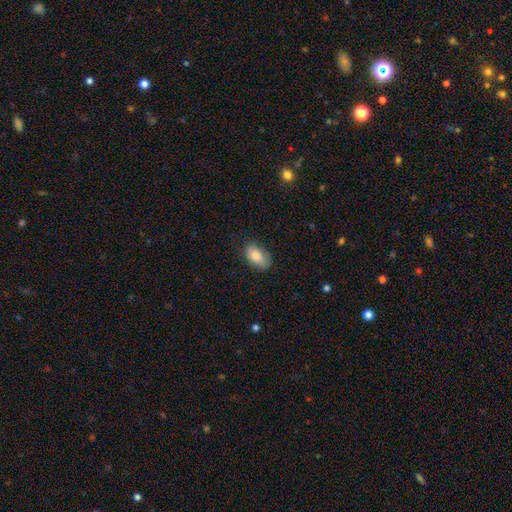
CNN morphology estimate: Smooth or featured?
  - smooth: 82% *
  - featured or disk: 11%
  - star or artifact: 7%
How rounded?
  - in between: 92% *
  - round: 6%
  - cigar-shaped: 3%
Merging?
  - none: 76% *
  - minor disturbance: 19%
  - major disturbance: 4%
  - merger: 1%